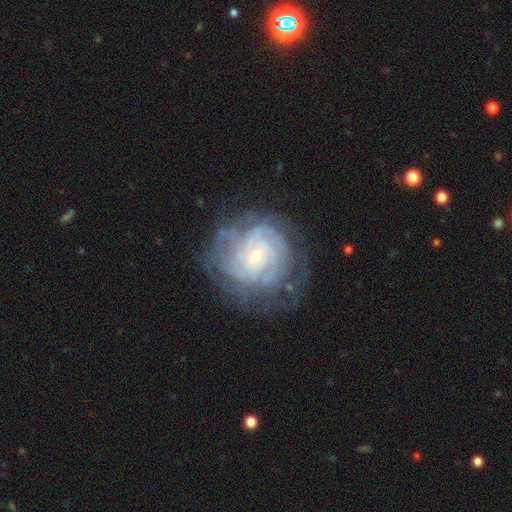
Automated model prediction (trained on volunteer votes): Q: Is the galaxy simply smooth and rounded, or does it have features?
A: featured or disk — 84%.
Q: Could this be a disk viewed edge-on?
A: no — 97%.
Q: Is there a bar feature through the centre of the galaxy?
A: no — 64%.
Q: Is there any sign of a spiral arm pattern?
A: yes — 95%.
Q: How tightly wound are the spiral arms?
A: tight — 76%.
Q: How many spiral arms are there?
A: can't tell — 42%.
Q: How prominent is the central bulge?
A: small — 65%.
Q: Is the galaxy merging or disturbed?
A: none — 70%.